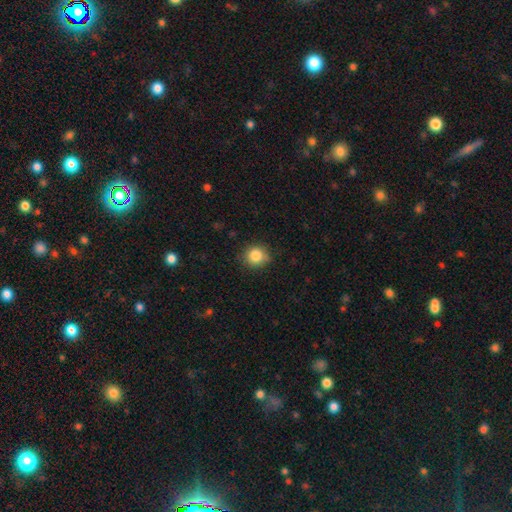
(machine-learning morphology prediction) smooth-or-featured: smooth: 85% | star or artifact: 10% | featured or disk: 5%
  how-rounded: round: 87% | in between: 12% | cigar-shaped: 1%
  merging: none: 82% | minor disturbance: 14% | major disturbance: 3% | merger: 1%